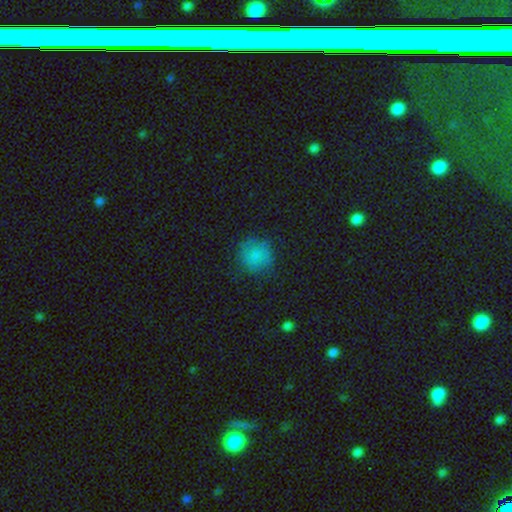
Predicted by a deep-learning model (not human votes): A smooth galaxy with no disk features (79%) that is round (91%).

Vote fractions:
- Smooth or featured? smooth: 79% / star or artifact: 12% / featured or disk: 9%
- How rounded? round: 91% / in between: 8% / cigar-shaped: 1%
- Merging? none: 76% / minor disturbance: 17% / major disturbance: 6% / merger: 1%